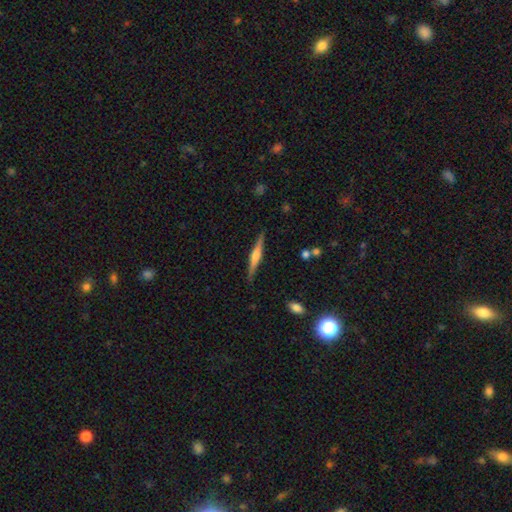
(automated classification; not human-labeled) featured or disk 65%, smooth 29%, star or artifact 6%. Down the decision tree: edge-on disk — yes (98%); edge-on bulge — rounded (76%); merging — none (88%).